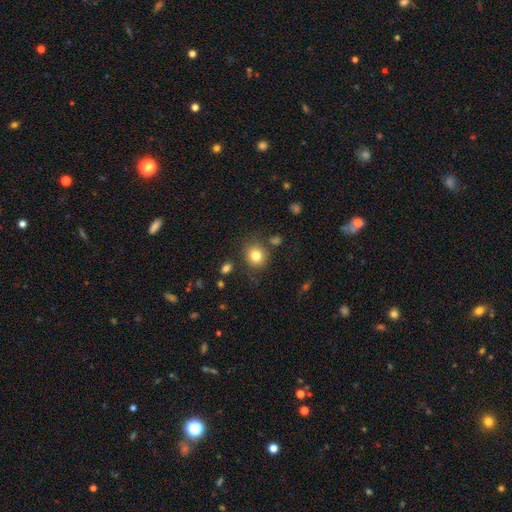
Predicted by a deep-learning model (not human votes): A smooth galaxy with no disk features (81%) that is round (79%). Merging: none (81%).